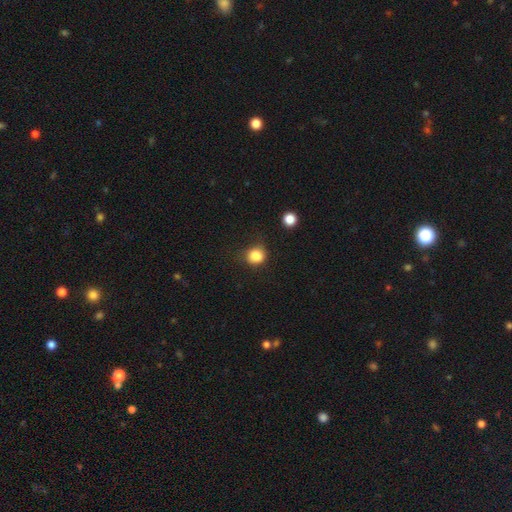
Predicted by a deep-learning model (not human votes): Smooth or featured? smooth (85%)
How rounded? round (75%)
Merging? none (66%)